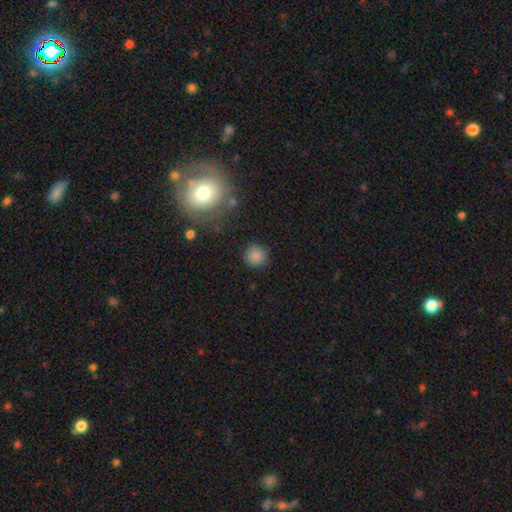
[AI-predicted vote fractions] Overall: smooth (84%). How rounded: round (93%). Merging: none (88%).